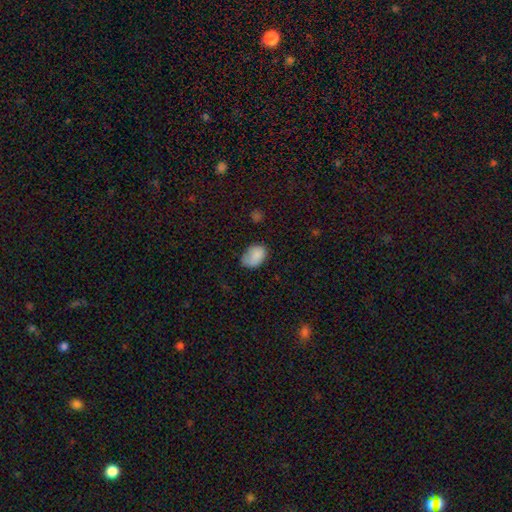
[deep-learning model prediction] A smooth galaxy with no disk features (83%) that is in between round and cigar-shaped (81%).

Vote fractions:
- Smooth or featured? smooth: 83% / featured or disk: 9% / star or artifact: 8%
- How rounded? in between: 81% / round: 18% / cigar-shaped: 1%
- Merging? none: 55% / minor disturbance: 31% / major disturbance: 12% / merger: 3%